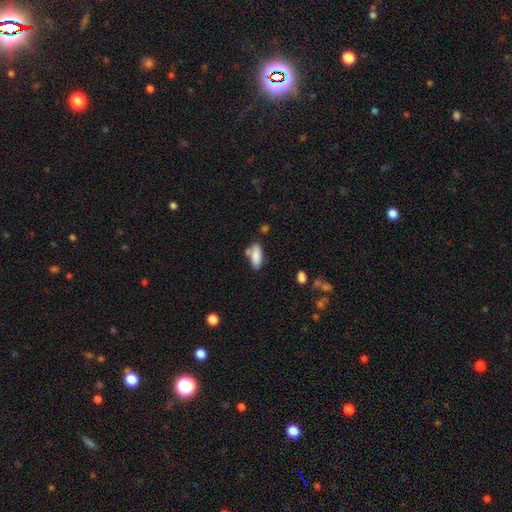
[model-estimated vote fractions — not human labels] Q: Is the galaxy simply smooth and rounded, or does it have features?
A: smooth — 84%.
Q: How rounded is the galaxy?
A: in between — 78%.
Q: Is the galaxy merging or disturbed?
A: none — 60%.